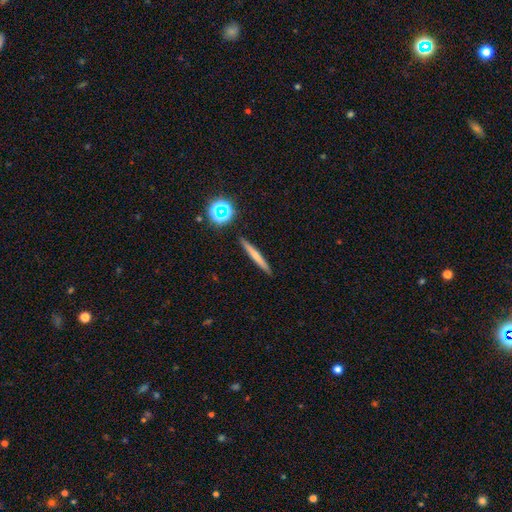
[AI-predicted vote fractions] Overall: smooth (58%; featured or disk 33%). How rounded: cigar-shaped (95%). Merging: none (90%).